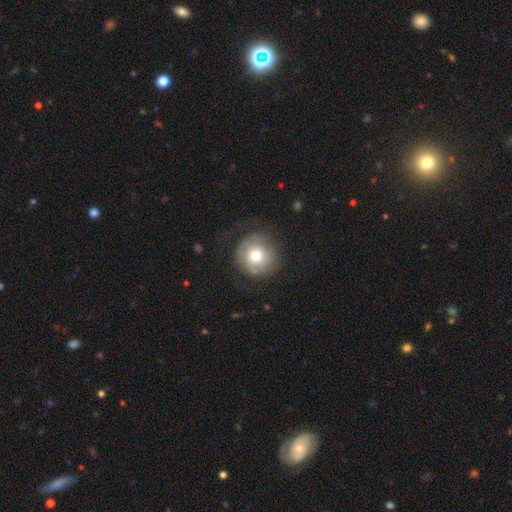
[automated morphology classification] Q: Smooth or featured?
A: smooth (57%); runner-up: featured or disk (35%)
Q: How rounded?
A: round (93%); runner-up: in between (6%)
Q: Merging?
A: none (70%); runner-up: minor disturbance (17%)